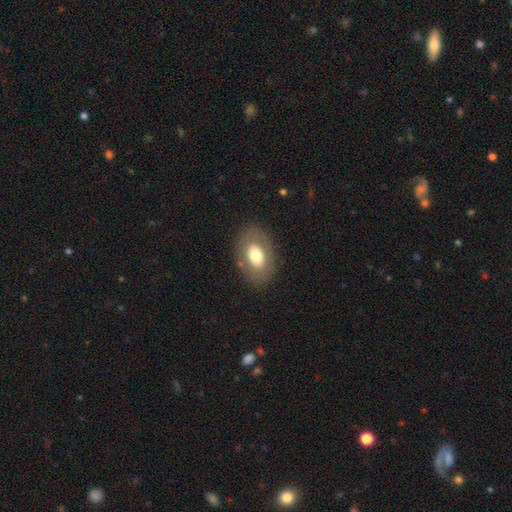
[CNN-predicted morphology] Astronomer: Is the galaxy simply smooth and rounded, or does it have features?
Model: smooth — 64%.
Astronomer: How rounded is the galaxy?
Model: in between — 83%.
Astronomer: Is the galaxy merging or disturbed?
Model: none — 84%.